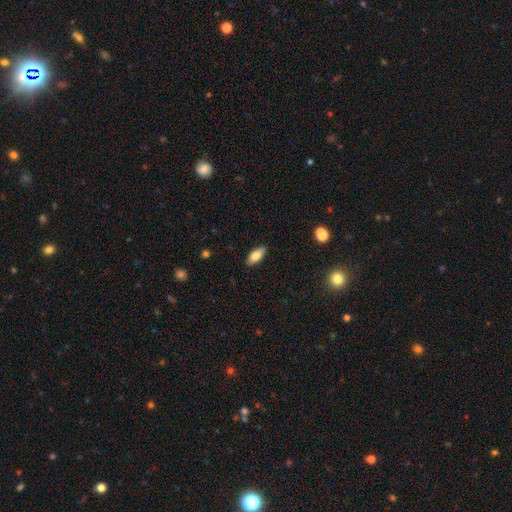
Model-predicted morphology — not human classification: This is likely a smooth galaxy (79%). How rounded: clearly in between (85%). Merging: clearly none (87%).